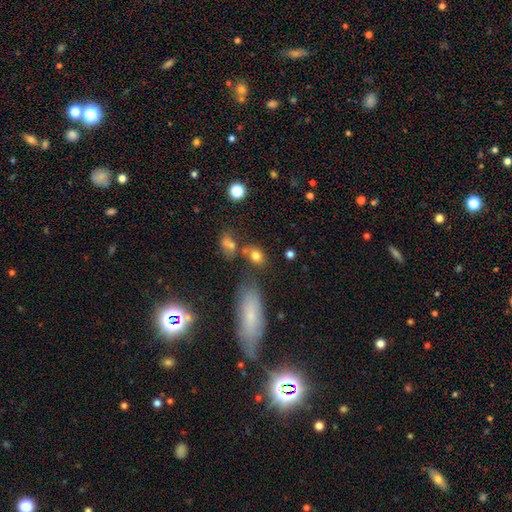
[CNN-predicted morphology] A smooth galaxy with no disk features (79%) that is in between round and cigar-shaped (69%).

Vote fractions:
- Smooth or featured? smooth: 79% / star or artifact: 12% / featured or disk: 9%
- How rounded? in between: 69% / round: 28% / cigar-shaped: 3%
- Merging? none: 64% / minor disturbance: 16% / merger: 14% / major disturbance: 6%